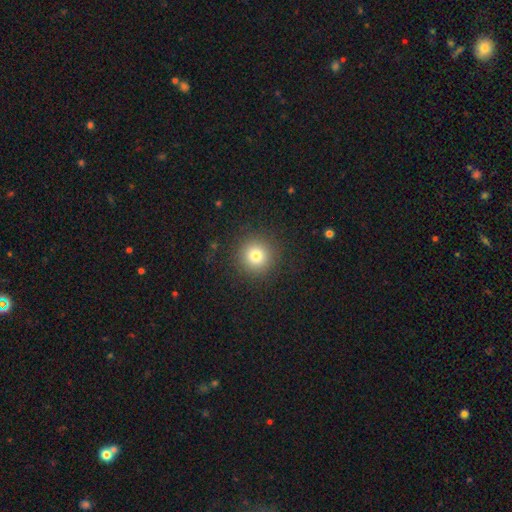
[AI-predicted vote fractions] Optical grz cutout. It shows a smooth galaxy with no disk features (79%) that is round (94%). Merging: none (90%).